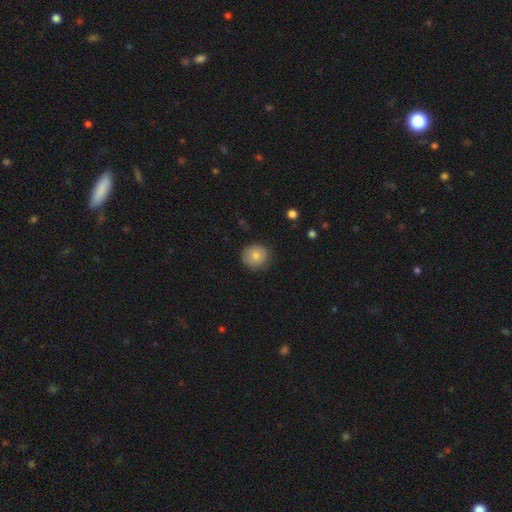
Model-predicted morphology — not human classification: Smooth or featured? Predicted: smooth (p=0.81). How rounded? Predicted: round (p=0.86). Merging? Predicted: none (p=0.85).